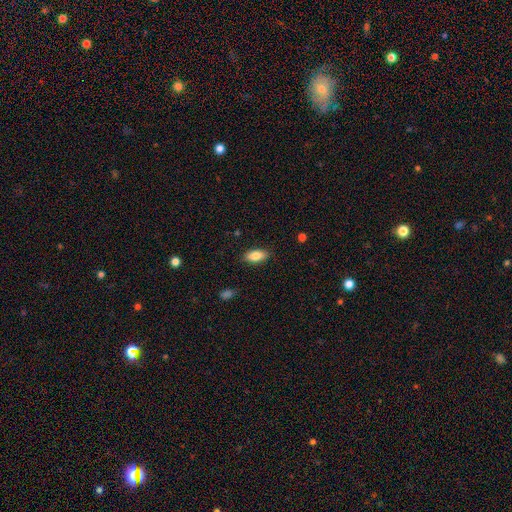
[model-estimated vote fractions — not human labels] The model was most divided on "smooth or featured": smooth: 84%, featured or disk: 9%, star or artifact: 7%. More confident: how rounded — in between (89%); merging — none (87%).